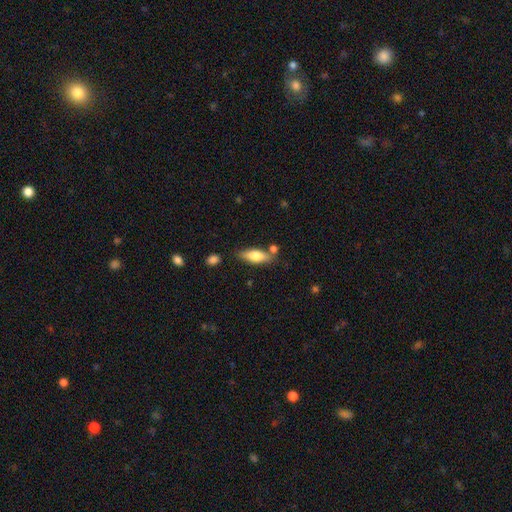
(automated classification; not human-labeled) Q: Smooth or featured?
A: smooth (70%); runner-up: featured or disk (24%)
Q: How rounded?
A: in between (63%); runner-up: cigar-shaped (35%)
Q: Merging?
A: none (72%); runner-up: minor disturbance (15%)